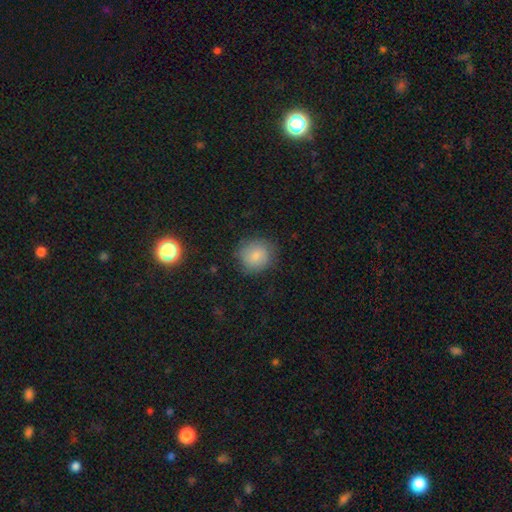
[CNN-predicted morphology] Overall: smooth (81%). How rounded: round (87%). Merging: none (80%).